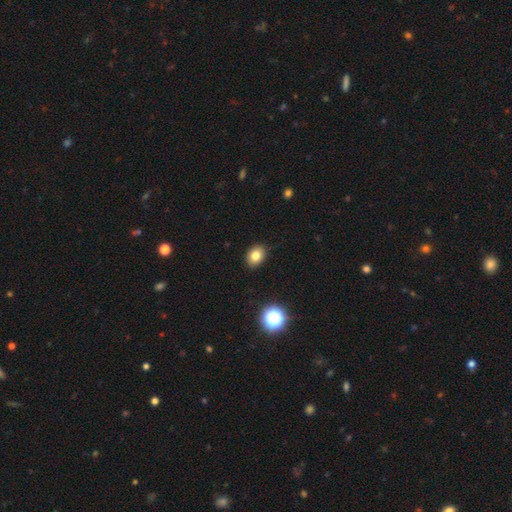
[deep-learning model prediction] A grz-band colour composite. It shows a smooth galaxy with no disk features (81%) that is in between round and cigar-shaped (64%). Merging: none (88%).